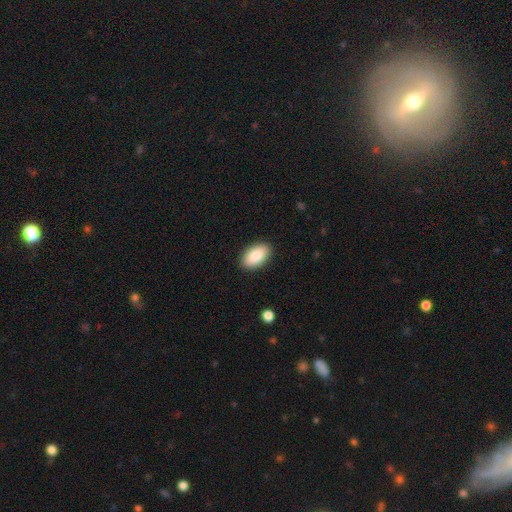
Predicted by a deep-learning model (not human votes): The model was most divided on "smooth or featured": smooth: 86%, featured or disk: 8%, star or artifact: 6%. More confident: how rounded — in between (94%); merging — none (89%).